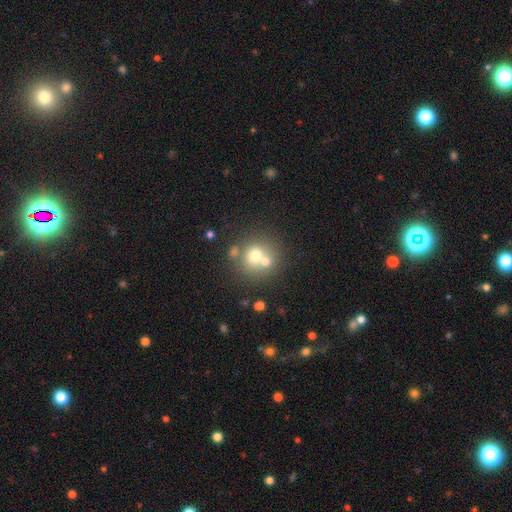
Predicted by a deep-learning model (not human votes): Smooth or featured? smooth (65%)
How rounded? round (88%)
Merging? none (47%)